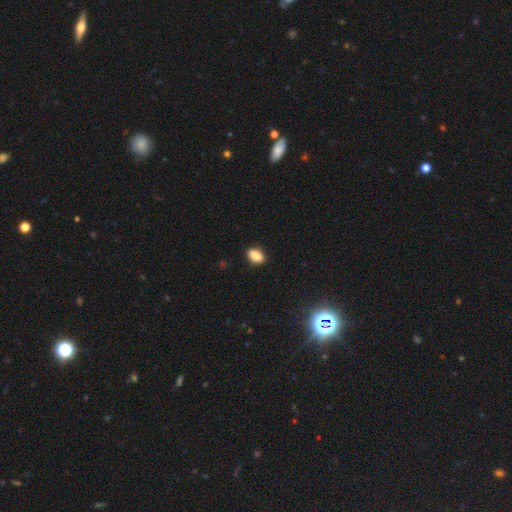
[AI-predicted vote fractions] Morphology: type=smooth (88%); roundness=in between (89%); merging=none (86%).